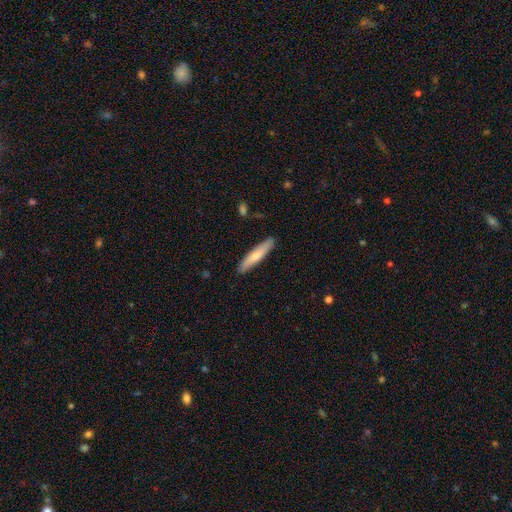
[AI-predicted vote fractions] smooth_or_featured: smooth (p=0.69) [alt: featured or disk p=0.26]
how_rounded: cigar-shaped (p=0.88) [alt: in between p=0.11]
merging: none (p=0.88) [alt: minor disturbance p=0.09]